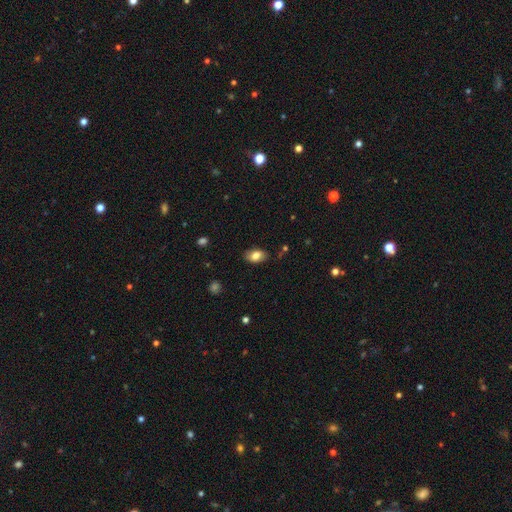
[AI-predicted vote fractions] Smooth or featured?
  - smooth: 80% *
  - featured or disk: 12%
  - star or artifact: 7%
How rounded?
  - in between: 91% *
  - round: 8%
  - cigar-shaped: 2%
Merging?
  - none: 82% *
  - minor disturbance: 14%
  - major disturbance: 3%
  - merger: 1%